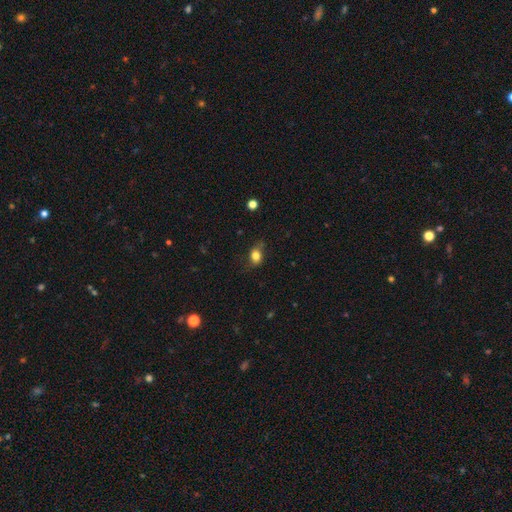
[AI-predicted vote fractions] This is likely a smooth galaxy (80%). How rounded: likely in between (61%). Merging: likely none (65%).